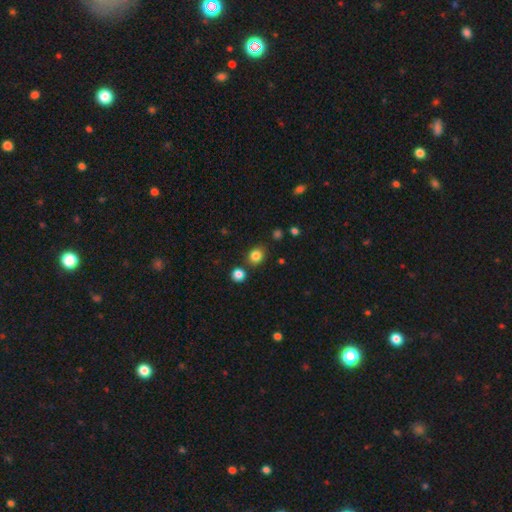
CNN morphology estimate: This appears to be a smooth galaxy with no disk features (83%) that is round (76%). Merging: none (80%).